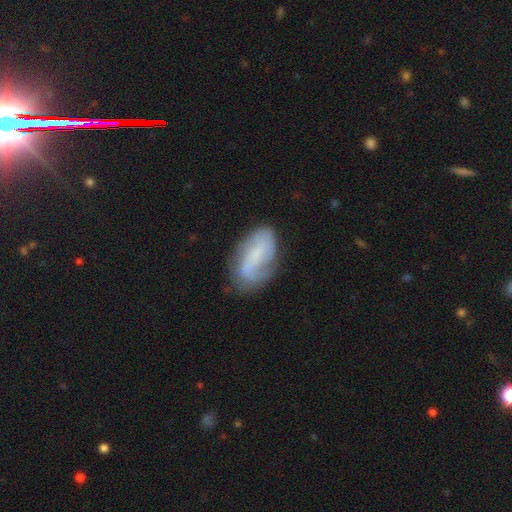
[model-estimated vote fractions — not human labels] Smooth or featured?
  - featured or disk: 56% *
  - smooth: 36%
  - star or artifact: 8%
Edge-on disk?
  - no: 94% *
  - yes: 6%
Bar?
  - weak: 42% *
  - no: 37%
  - strong: 22%
Spiral arms?
  - yes: 79% *
  - no: 21%
Bulge size?
  - small: 45% *
  - none: 33%
  - moderate: 17%
  - large: 4%
  - dominant: 1%
Merging?
  - none: 66% *
  - minor disturbance: 23%
  - major disturbance: 9%
  - merger: 2%